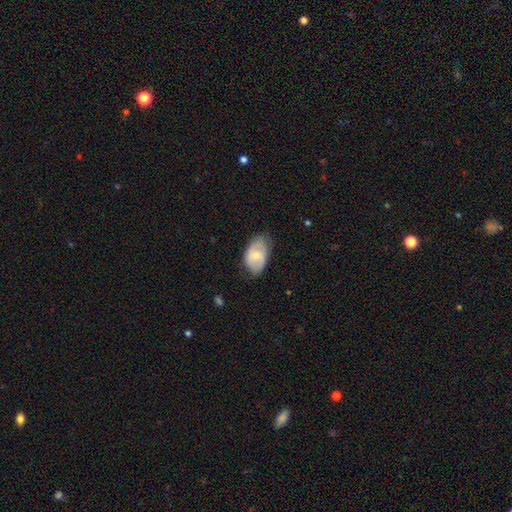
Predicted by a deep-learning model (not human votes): smooth 58%, featured or disk 36%, star or artifact 6%. Down the decision tree: how rounded — in between (91%); merging — none (62%).